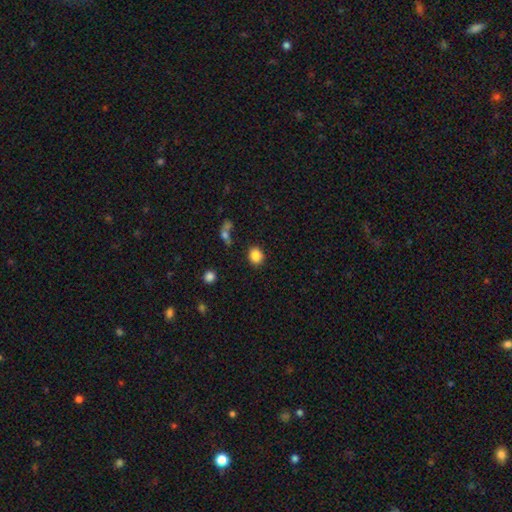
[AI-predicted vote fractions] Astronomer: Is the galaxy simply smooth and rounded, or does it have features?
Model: smooth — 86%.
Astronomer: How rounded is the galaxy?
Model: round — 56% (runner-up: in between, 42%).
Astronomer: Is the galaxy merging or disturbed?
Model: none — 82%.